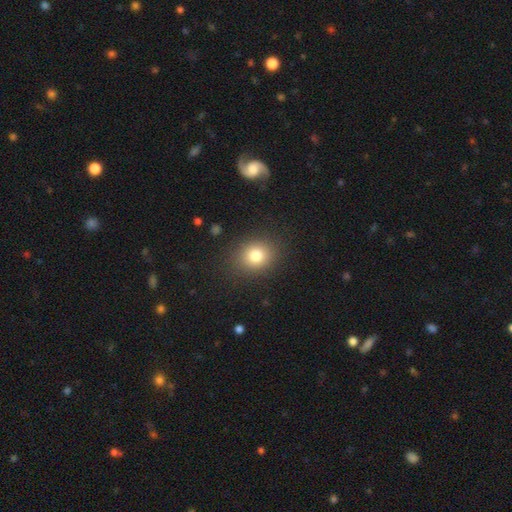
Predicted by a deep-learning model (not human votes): A smooth galaxy with no disk features (80%) that is round (67%).

Vote fractions:
- Smooth or featured? smooth: 80% / star or artifact: 12% / featured or disk: 8%
- How rounded? round: 67% / in between: 32% / cigar-shaped: 1%
- Merging? none: 87% / minor disturbance: 8% / major disturbance: 4% / merger: 1%